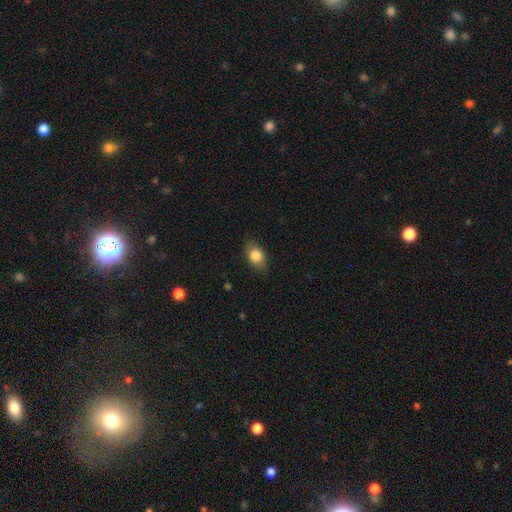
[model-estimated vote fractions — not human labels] Smooth or featured? Predicted: smooth (p=0.82). How rounded? Predicted: in between (p=0.78). Merging? Predicted: none (p=0.82).